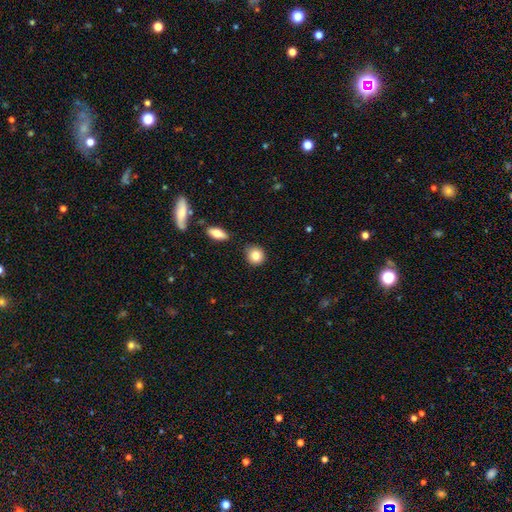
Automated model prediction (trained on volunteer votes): Morphology: type=smooth (82%); roundness=round (80%); merging=none (83%).